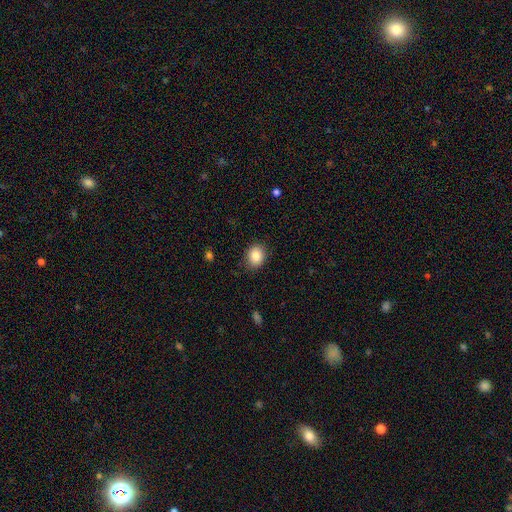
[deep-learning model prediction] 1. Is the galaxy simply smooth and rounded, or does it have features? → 86% smooth, 9% star or artifact, 5% featured or disk.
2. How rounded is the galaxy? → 57% round, 42% in between, 1% cigar-shaped.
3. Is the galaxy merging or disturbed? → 85% none, 11% minor disturbance, 3% major disturbance, 1% merger.